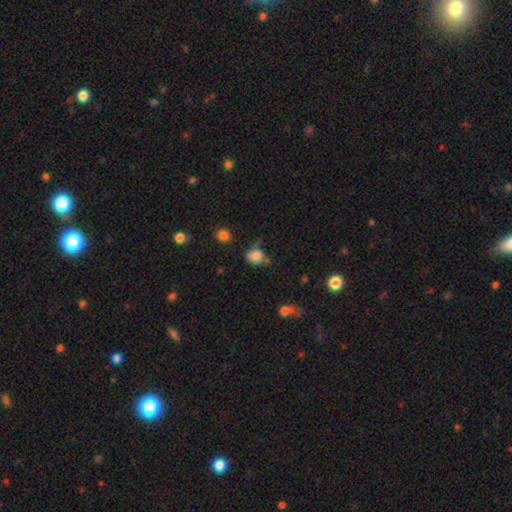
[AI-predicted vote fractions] smooth-or-featured: smooth: 82% | star or artifact: 12% | featured or disk: 7%
  how-rounded: round: 65% | in between: 34% | cigar-shaped: 1%
  merging: none: 54% | minor disturbance: 26% | merger: 11% | major disturbance: 9%